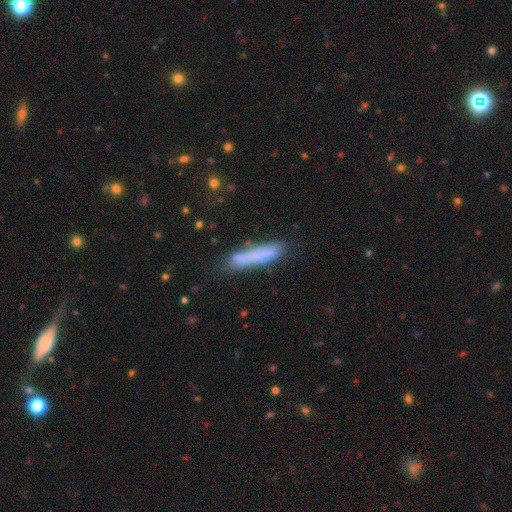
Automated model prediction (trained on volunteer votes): Smooth or featured? smooth (76%)
How rounded? cigar-shaped (89%)
Merging? none (75%)